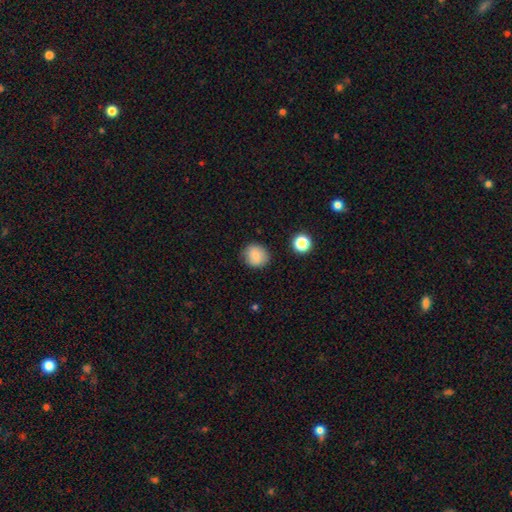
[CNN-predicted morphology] type=smooth (84%); roundness=round (86%); merging=none (86%).